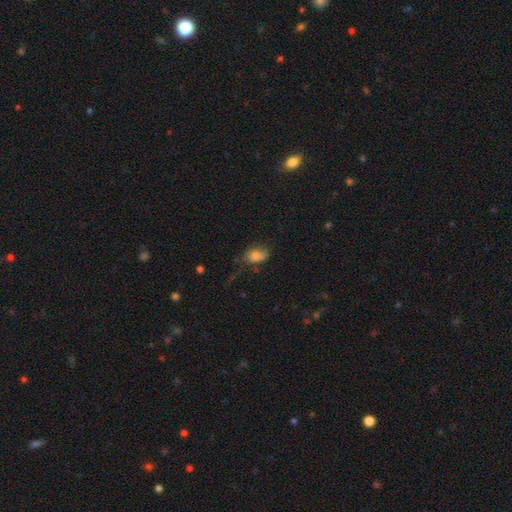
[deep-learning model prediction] Smooth or featured: smooth — 74% (featured or disk — 16%)
How rounded: in between — 83% (round — 15%)
Merging: none — 50% (minor disturbance — 31%)